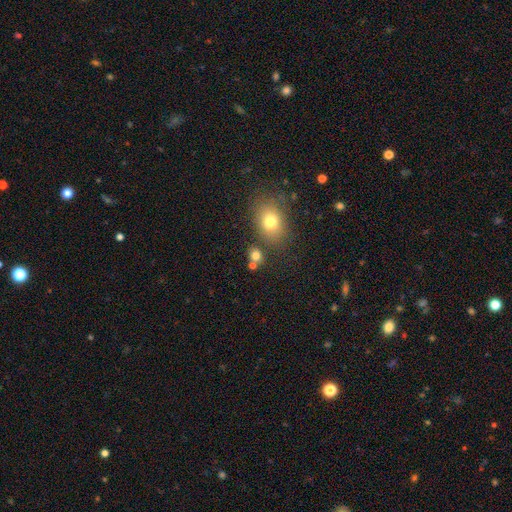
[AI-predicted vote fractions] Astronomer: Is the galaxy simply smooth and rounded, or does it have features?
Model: smooth — 78%.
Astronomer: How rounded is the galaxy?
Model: round — 64%.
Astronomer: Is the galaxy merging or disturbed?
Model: none — 64%.